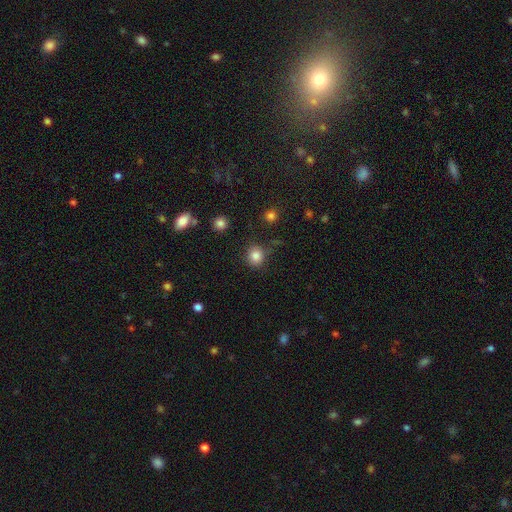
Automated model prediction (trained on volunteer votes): Smooth or featured? Predicted: smooth (p=0.84). How rounded? Predicted: round (p=0.85). Merging? Predicted: none (p=0.82).